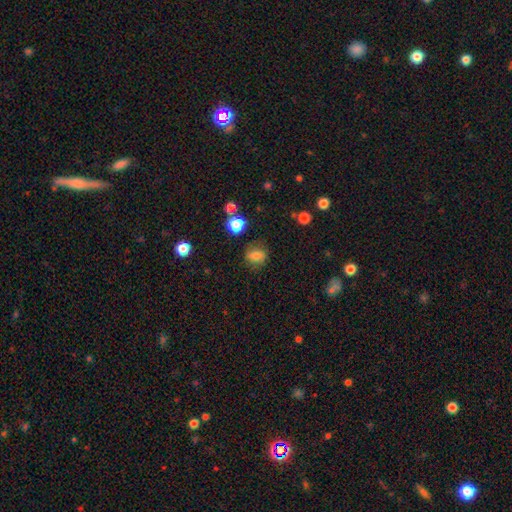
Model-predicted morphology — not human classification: Q: Smooth or featured?
A: smooth (76%); runner-up: star or artifact (13%)
Q: How rounded?
A: round (61%); runner-up: in between (37%)
Q: Merging?
A: none (78%); runner-up: minor disturbance (15%)